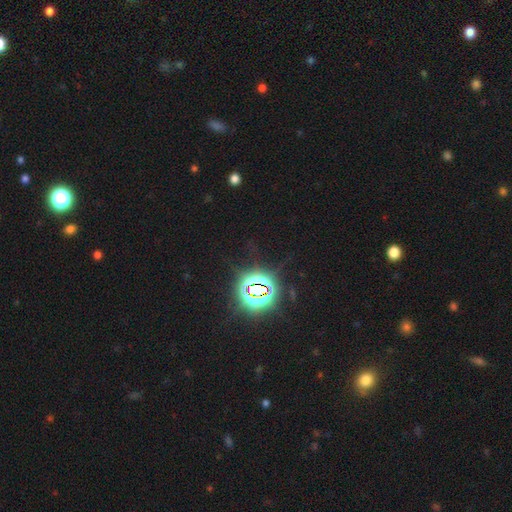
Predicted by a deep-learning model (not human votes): smooth-or-featured: star or artifact: 83% | smooth: 11% | featured or disk: 6%